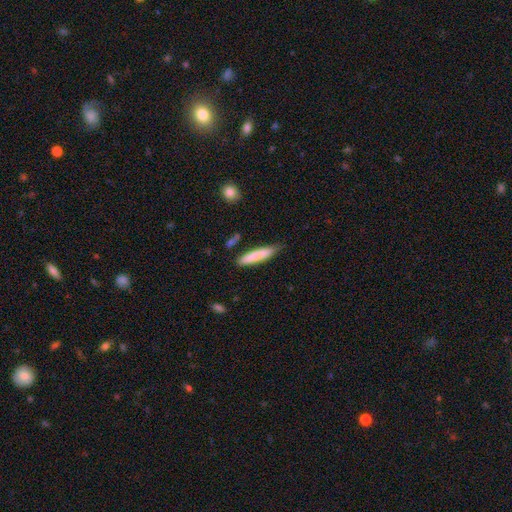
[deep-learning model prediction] The model was most divided on "merging": none: 74%, minor disturbance: 20%, major disturbance: 3%, merger: 3%. More confident: how rounded — cigar-shaped (87%); smooth or featured — smooth (80%).